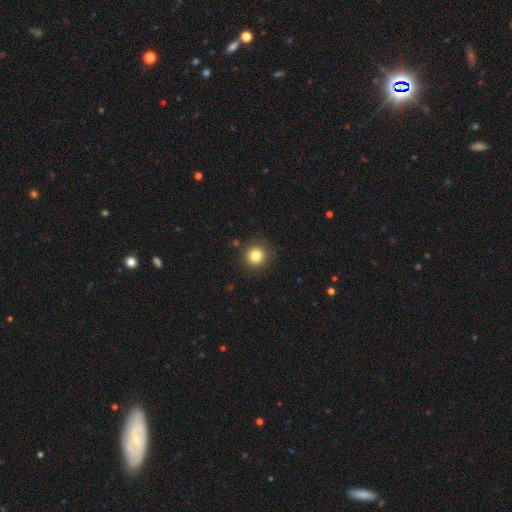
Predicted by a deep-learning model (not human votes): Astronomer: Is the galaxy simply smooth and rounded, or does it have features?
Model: smooth — 81%.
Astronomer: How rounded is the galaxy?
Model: round — 94%.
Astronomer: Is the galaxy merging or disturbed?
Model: none — 88%.